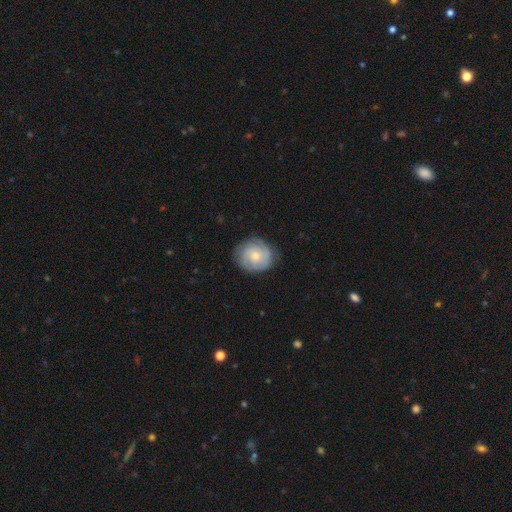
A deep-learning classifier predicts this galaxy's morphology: A featured or disk galaxy (49%).

Vote fractions:
- Smooth or featured? featured or disk: 49% / smooth: 44% / star or artifact: 6%
- Merging? none: 79% / minor disturbance: 16% / major disturbance: 4% / merger: 1%